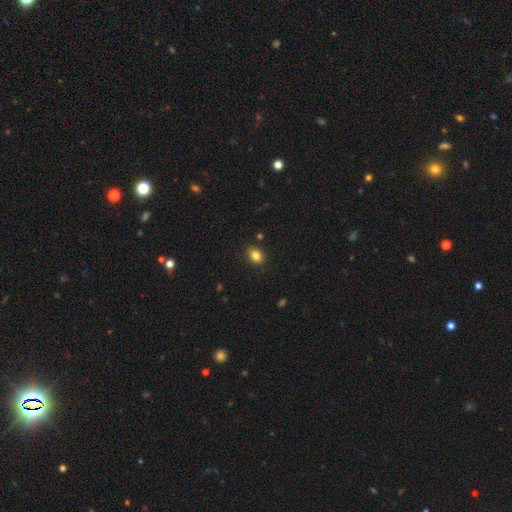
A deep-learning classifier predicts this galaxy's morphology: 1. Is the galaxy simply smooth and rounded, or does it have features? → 83% smooth, 11% star or artifact, 6% featured or disk.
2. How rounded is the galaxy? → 52% in between, 47% round, 1% cigar-shaped.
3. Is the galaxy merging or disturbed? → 87% none, 9% minor disturbance, 2% major disturbance, 2% merger.